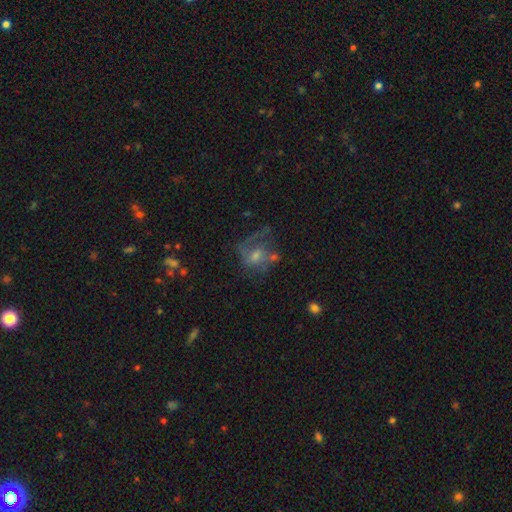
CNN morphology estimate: The model was most divided on "bulge size": moderate: 45%, small: 40%, none: 8%, large: 5%, dominant: 1%. Remaining: edge-on disk — no (97%); spiral arms — yes (75%); smooth or featured — featured or disk (62%); bar — no (56%); merging — none (43%).